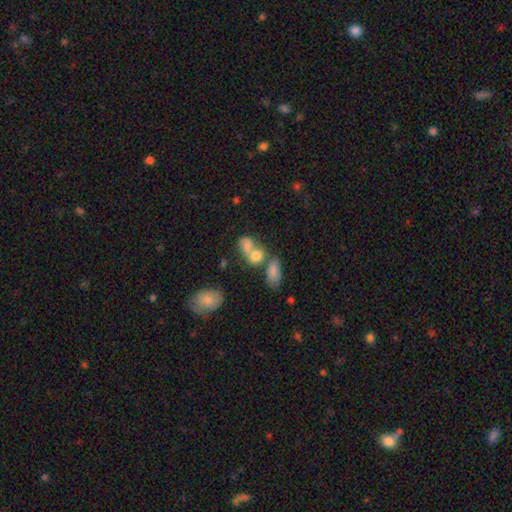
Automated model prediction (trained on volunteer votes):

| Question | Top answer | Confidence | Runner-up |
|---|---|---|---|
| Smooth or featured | smooth | 73% | featured or disk (15%) |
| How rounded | in between | 68% | round (29%) |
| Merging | merger | 58% | none (25%) |